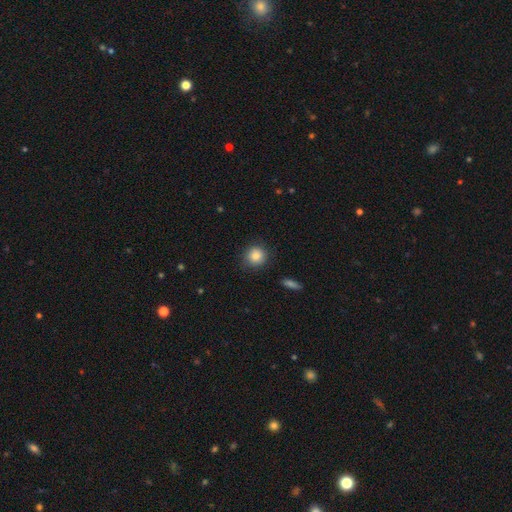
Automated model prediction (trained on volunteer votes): smooth_or_featured: smooth (p=0.85) [alt: star or artifact p=0.09]
how_rounded: round (p=0.89) [alt: in between p=0.10]
merging: none (p=0.84) [alt: minor disturbance p=0.12]